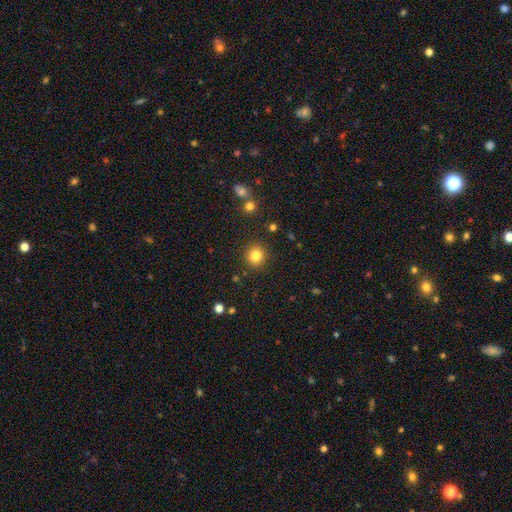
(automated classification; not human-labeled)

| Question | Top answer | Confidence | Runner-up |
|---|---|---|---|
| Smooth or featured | smooth | 82% | star or artifact (12%) |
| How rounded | round | 91% | in between (8%) |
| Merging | none | 89% | minor disturbance (6%) |